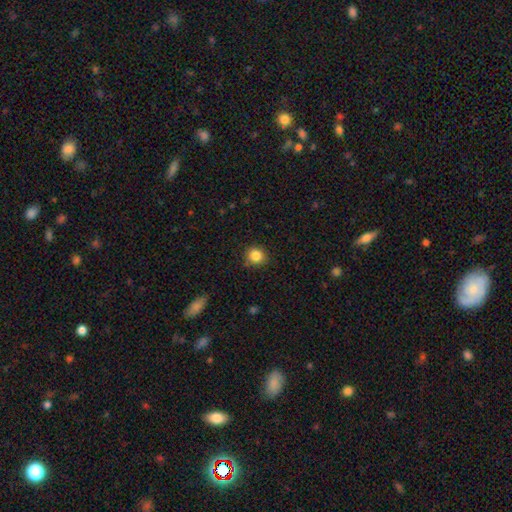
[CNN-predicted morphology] smooth 85%, star or artifact 10%, featured or disk 5%. Down the decision tree: how rounded — round (88%); merging — none (86%).